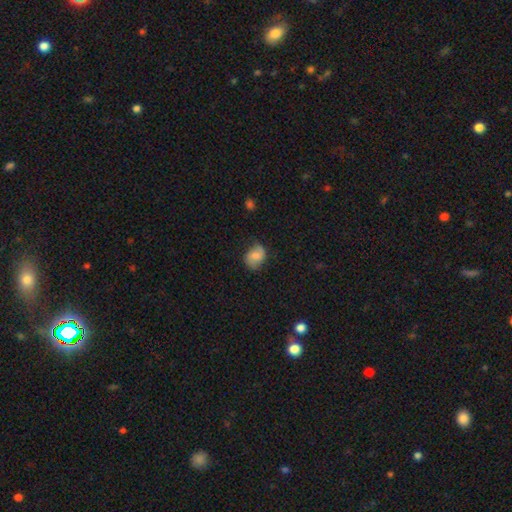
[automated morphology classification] Smooth or featured? Predicted: smooth (p=0.60). How rounded? Predicted: in between (p=0.61). Merging? Predicted: none (p=0.67).